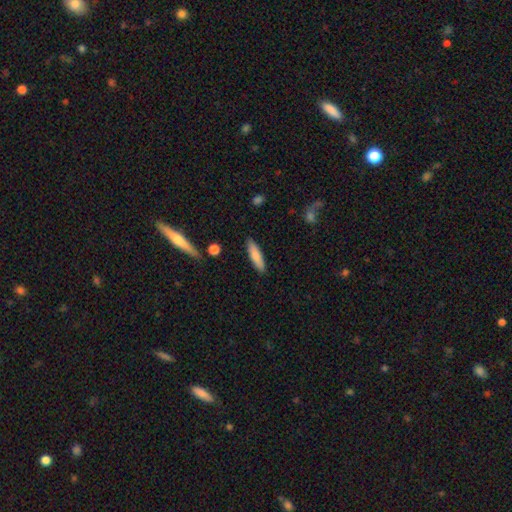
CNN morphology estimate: This appears to be a smooth galaxy with no disk features (79%) that is cigar-shaped (71%). Merging: none (88%).